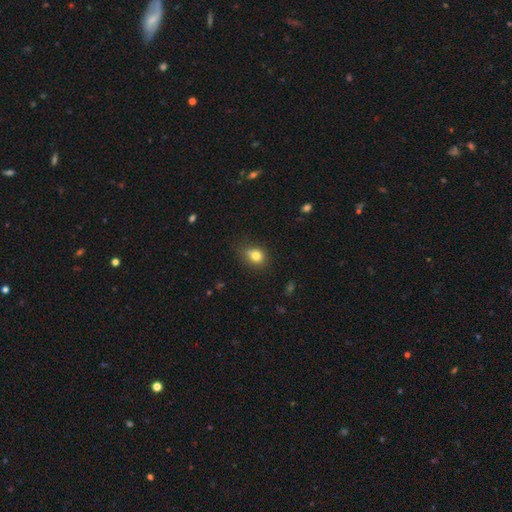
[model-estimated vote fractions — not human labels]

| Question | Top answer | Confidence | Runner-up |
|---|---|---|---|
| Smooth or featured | smooth | 79% | star or artifact (12%) |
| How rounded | round | 60% | in between (38%) |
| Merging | none | 61% | minor disturbance (25%) |